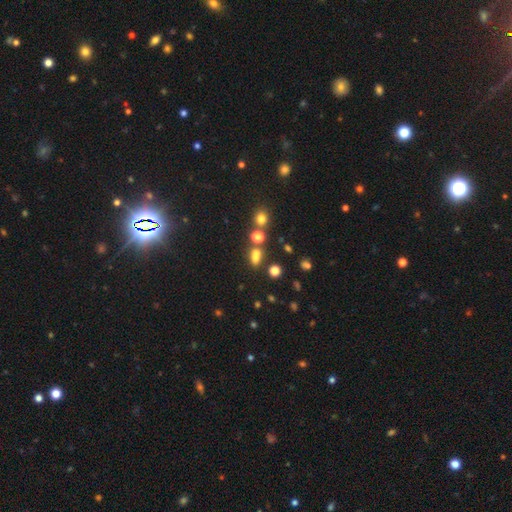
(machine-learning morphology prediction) The model was most divided on "merging": none: 51%, merger: 31%, minor disturbance: 12%, major disturbance: 6%. More confident: smooth or featured — smooth (66%); how rounded — in between (61%).